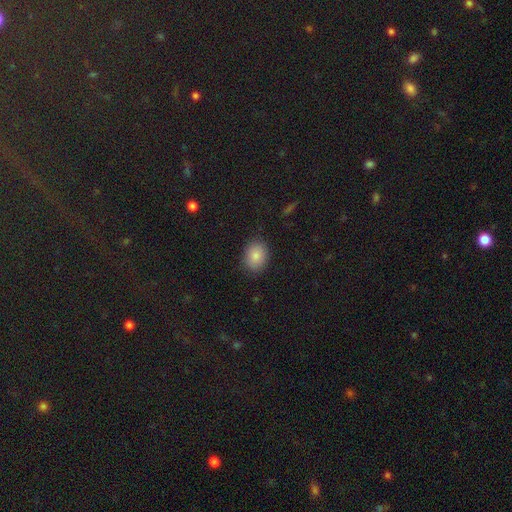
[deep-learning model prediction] Overall: smooth (84%). How rounded: in between (56%; round 43%). Merging: none (86%).